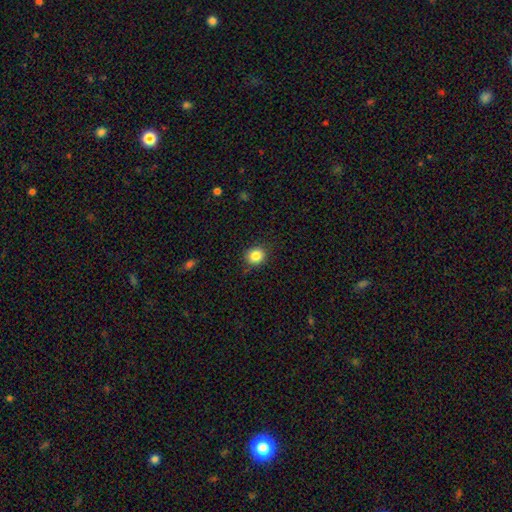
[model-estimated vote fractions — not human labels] smooth_or_featured: smooth (p=0.84) [alt: star or artifact p=0.10]
how_rounded: round (p=0.82) [alt: in between p=0.17]
merging: none (p=0.88) [alt: minor disturbance p=0.09]